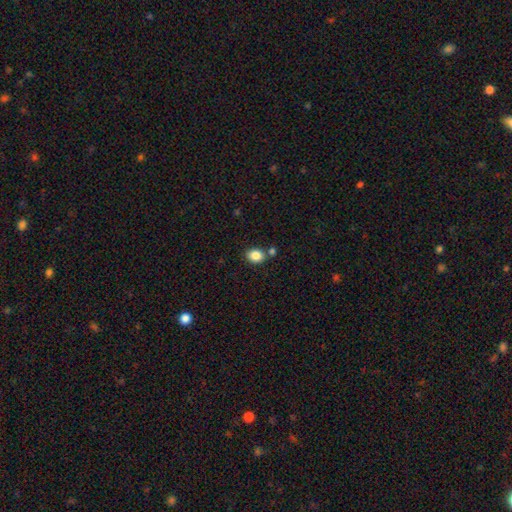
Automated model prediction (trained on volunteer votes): Smooth or featured: smooth — 86% (star or artifact — 9%)
How rounded: in between — 52% (round — 47%)
Merging: none — 73% (merger — 14%)